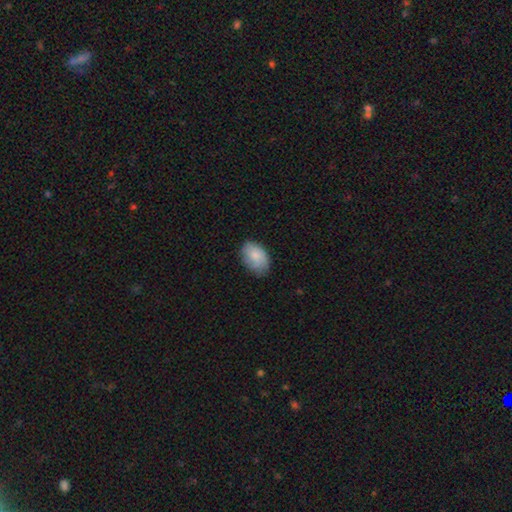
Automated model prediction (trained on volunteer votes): Overall: smooth (79%). How rounded: in between (87%). Merging: none (72%).